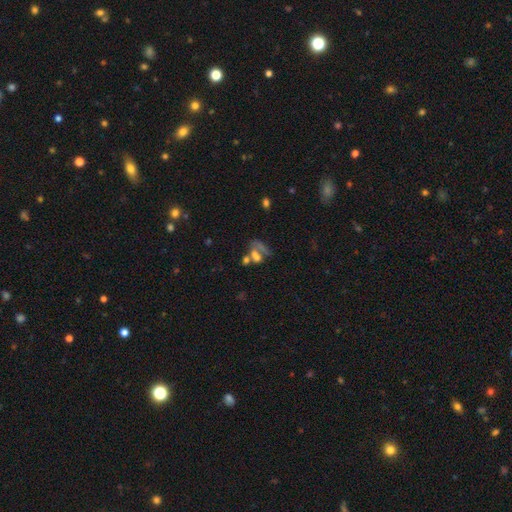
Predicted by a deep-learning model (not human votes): Smooth or featured: smooth — 50% (featured or disk — 29%)
How rounded: in between — 68% (round — 26%)
Merging: merger — 48% (none — 24%)